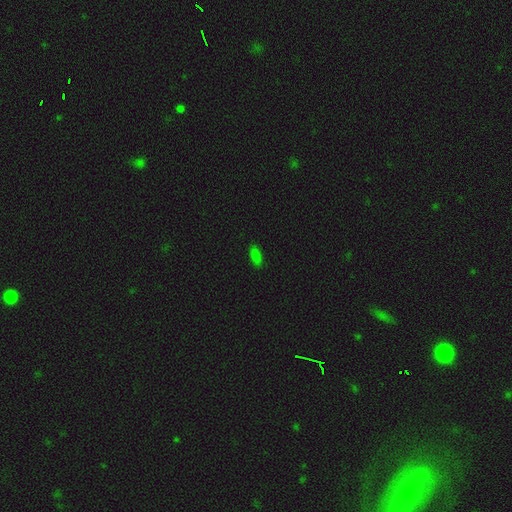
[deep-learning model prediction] A smooth galaxy with no disk features (82%) that is in between round and cigar-shaped (81%).

Vote fractions:
- Smooth or featured? smooth: 82% / star or artifact: 14% / featured or disk: 4%
- How rounded? in between: 81% / cigar-shaped: 15% / round: 3%
- Merging? none: 88% / minor disturbance: 9% / major disturbance: 2% / merger: 1%